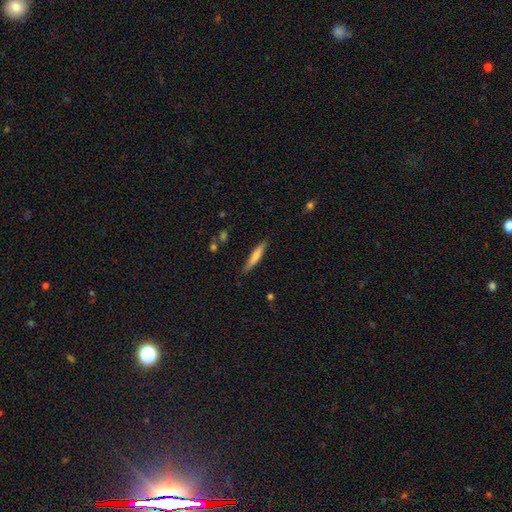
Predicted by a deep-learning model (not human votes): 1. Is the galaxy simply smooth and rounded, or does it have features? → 72% smooth, 22% featured or disk, 6% star or artifact.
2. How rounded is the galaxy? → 91% cigar-shaped, 8% in between, 1% round.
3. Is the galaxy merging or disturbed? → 82% none, 14% minor disturbance, 2% major disturbance, 2% merger.